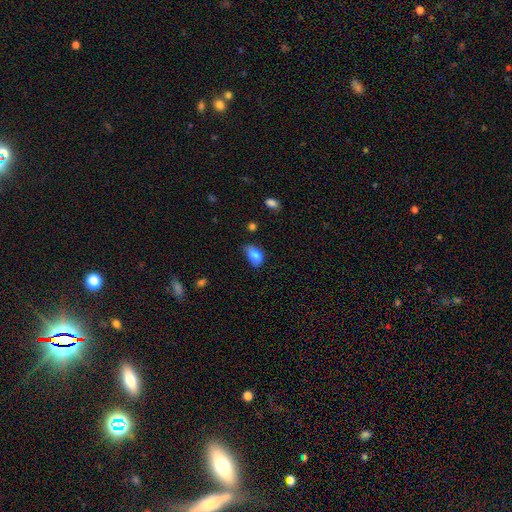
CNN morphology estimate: A smooth galaxy with no disk features (83%) that is in between round and cigar-shaped (86%). Merging: minor disturbance (43%).